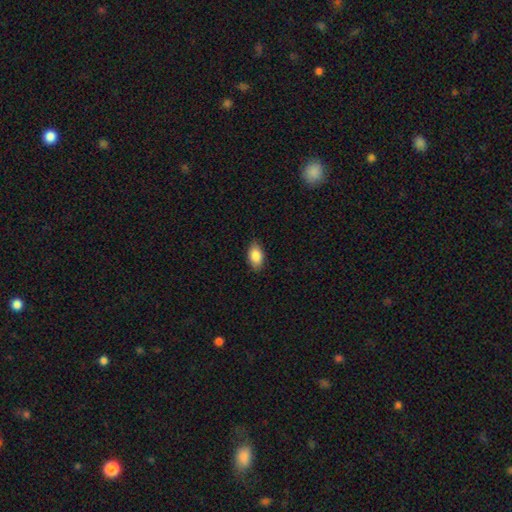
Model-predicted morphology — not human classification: smooth_or_featured: smooth (p=0.87) [alt: star or artifact p=0.07]
how_rounded: in between (p=0.91) [alt: round p=0.07]
merging: none (p=0.86) [alt: minor disturbance p=0.11]